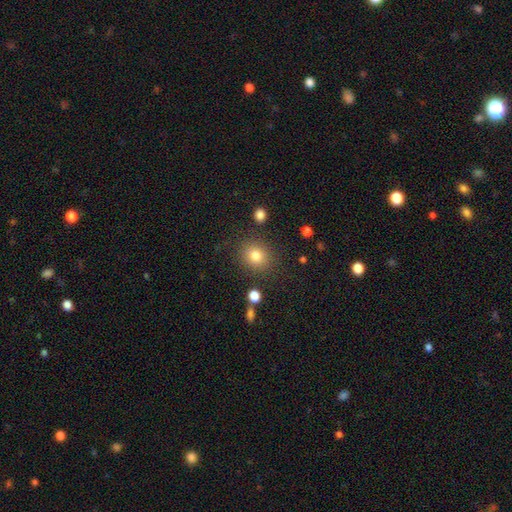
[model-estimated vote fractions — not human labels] smooth_or_featured: smooth (p=0.81) [alt: star or artifact p=0.12]
how_rounded: round (p=0.79) [alt: in between p=0.20]
merging: none (p=0.85) [alt: minor disturbance p=0.09]